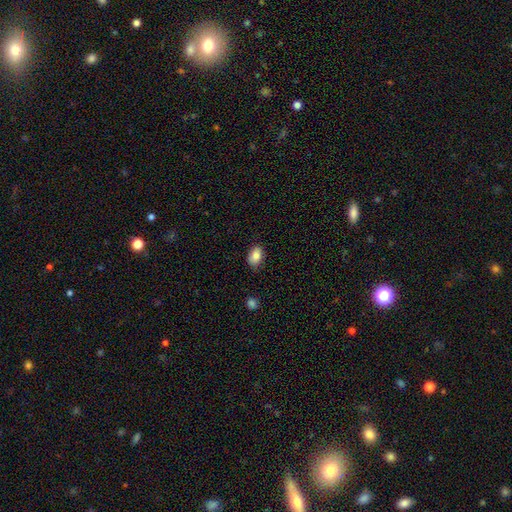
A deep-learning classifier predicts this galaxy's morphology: Q: Smooth or featured?
A: smooth (85%); runner-up: star or artifact (8%)
Q: How rounded?
A: in between (86%); runner-up: round (13%)
Q: Merging?
A: none (80%); runner-up: minor disturbance (16%)